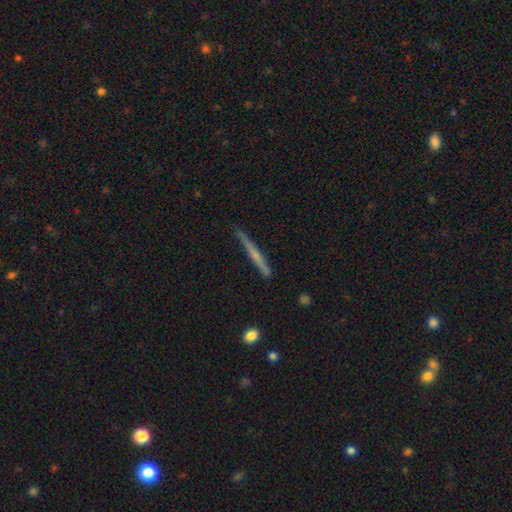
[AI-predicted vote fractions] Morphology: type=featured or disk (60%); edge-on=yes (97%); edge-on bulge=rounded (52%); merging=none (84%).